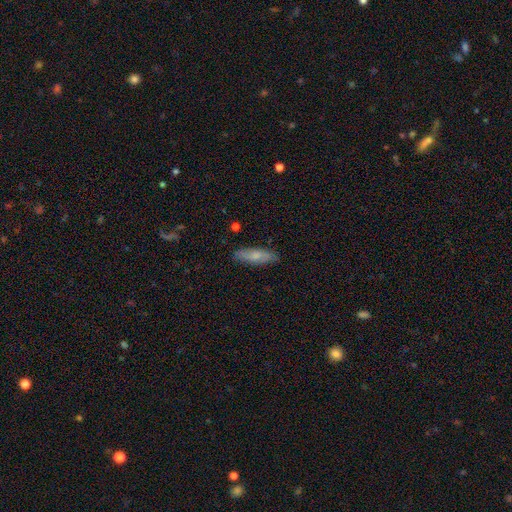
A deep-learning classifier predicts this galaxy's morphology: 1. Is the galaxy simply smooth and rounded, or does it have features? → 67% smooth, 26% featured or disk, 6% star or artifact.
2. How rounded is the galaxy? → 61% cigar-shaped, 37% in between, 2% round.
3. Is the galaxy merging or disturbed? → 86% none, 11% minor disturbance, 2% major disturbance, 1% merger.